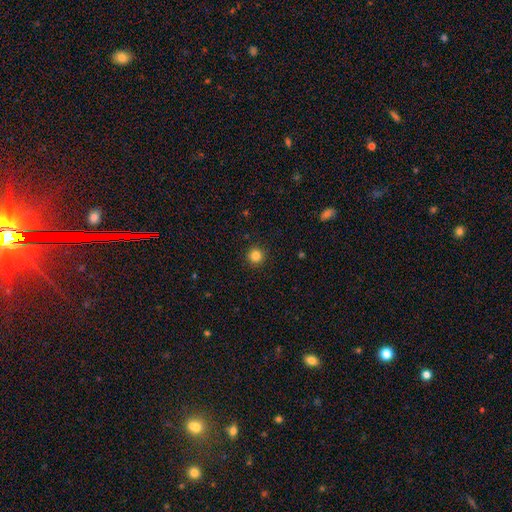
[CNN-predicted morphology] Smooth or featured: smooth — 83% (star or artifact — 12%)
How rounded: round — 95% (in between — 4%)
Merging: none — 92% (minor disturbance — 5%)